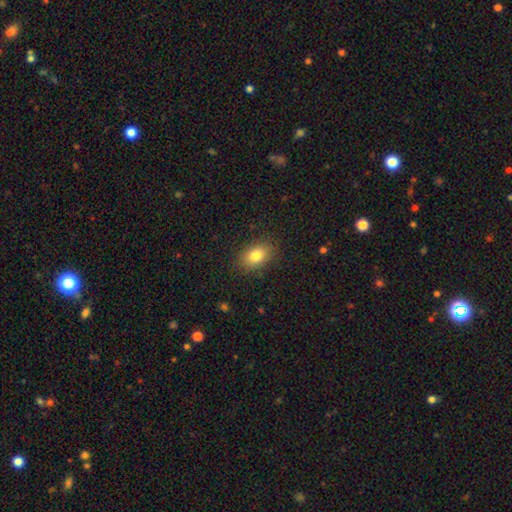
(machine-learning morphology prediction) This is clearly a smooth galaxy (82%). How rounded: likely in between (80%). Merging: clearly none (86%).